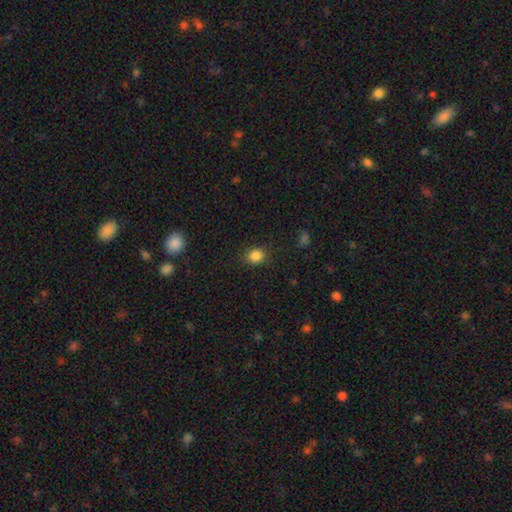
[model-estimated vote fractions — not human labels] smooth 84%, star or artifact 11%, featured or disk 4%. Down the decision tree: how rounded — round (73%); merging — none (85%).